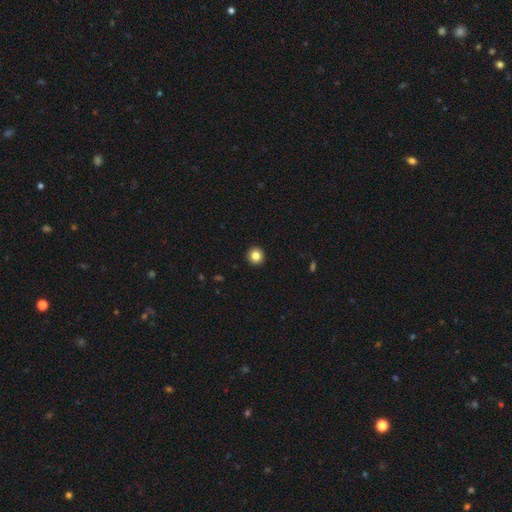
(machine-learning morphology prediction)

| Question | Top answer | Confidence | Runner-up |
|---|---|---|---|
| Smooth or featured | smooth | 84% | star or artifact (10%) |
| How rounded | round | 94% | in between (5%) |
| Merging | none | 94% | minor disturbance (4%) |